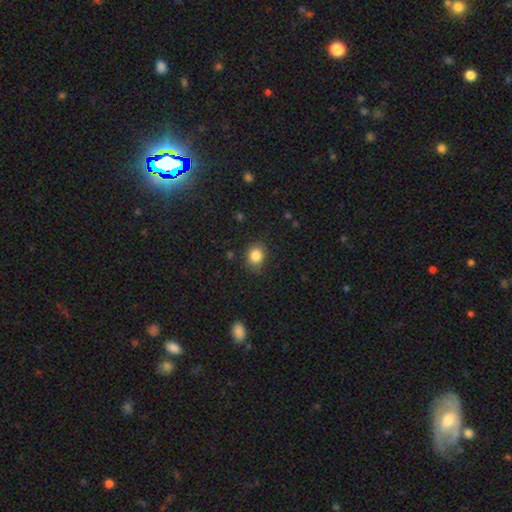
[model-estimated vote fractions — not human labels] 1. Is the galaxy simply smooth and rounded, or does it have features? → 85% smooth, 10% star or artifact, 5% featured or disk.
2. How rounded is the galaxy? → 65% round, 34% in between, 1% cigar-shaped.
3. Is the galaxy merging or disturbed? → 84% none, 12% minor disturbance, 3% major disturbance, 1% merger.